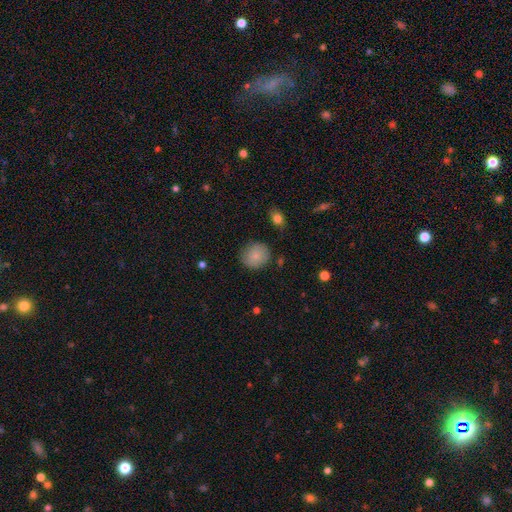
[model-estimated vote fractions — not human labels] smooth-or-featured: smooth: 83% | featured or disk: 9% | star or artifact: 8%
  how-rounded: round: 85% | in between: 14% | cigar-shaped: 1%
  merging: none: 81% | minor disturbance: 14% | major disturbance: 3% | merger: 2%